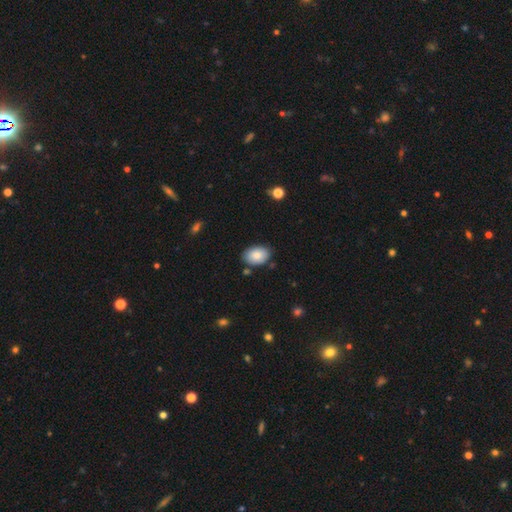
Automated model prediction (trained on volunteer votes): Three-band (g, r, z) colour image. It shows a smooth galaxy with no disk features (85%) that is in between round and cigar-shaped (86%). Merging: none (81%).